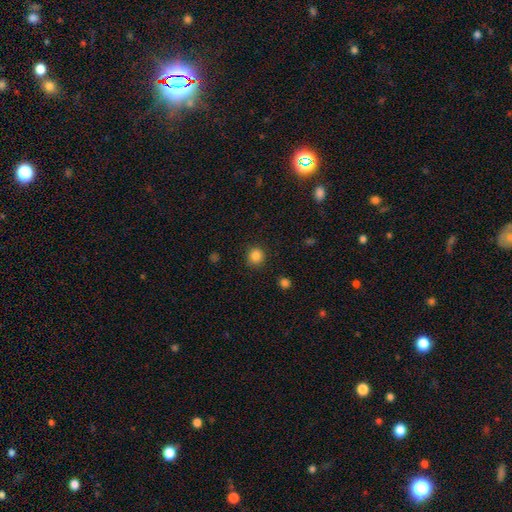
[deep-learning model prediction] This is clearly a smooth galaxy (85%). How rounded: clearly round (93%). Merging: clearly none (90%).